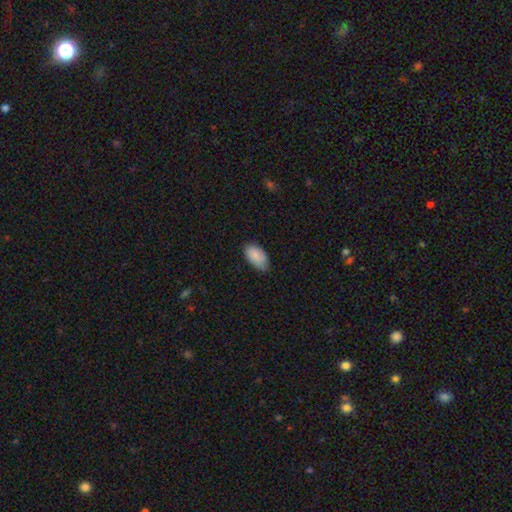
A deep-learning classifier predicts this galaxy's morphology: smooth-or-featured: smooth: 84% | featured or disk: 9% | star or artifact: 6%
  how-rounded: in between: 94% | round: 3% | cigar-shaped: 2%
  merging: none: 70% | minor disturbance: 25% | major disturbance: 4% | merger: 1%